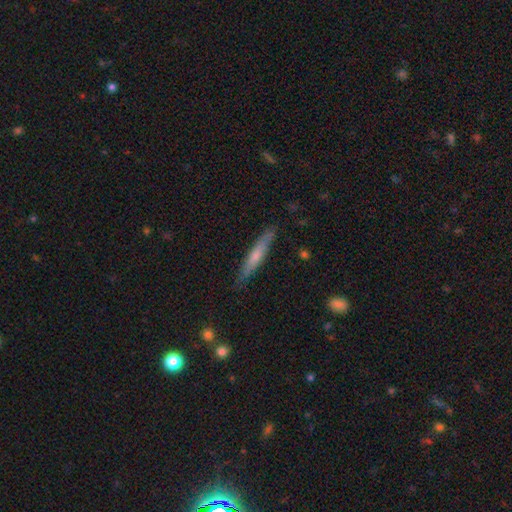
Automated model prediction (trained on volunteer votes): The model was most divided on "smooth or featured": smooth: 50%, featured or disk: 44%, star or artifact: 6%. More confident: how rounded — cigar-shaped (93%); merging — none (85%).